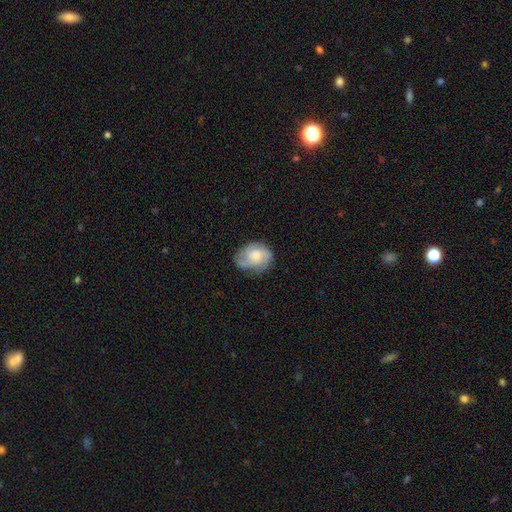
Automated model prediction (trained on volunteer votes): Overall: featured or disk (60%; smooth 33%). Edge-on disk: no (98%). Bar: no (75%). Spiral arms: yes (90%). Spiral arm count: 3 (41%; 2 21%). Spiral winding: medium (44%; tight 39%). Bulge size: moderate (43%; small 36%). Merging: none (65%).